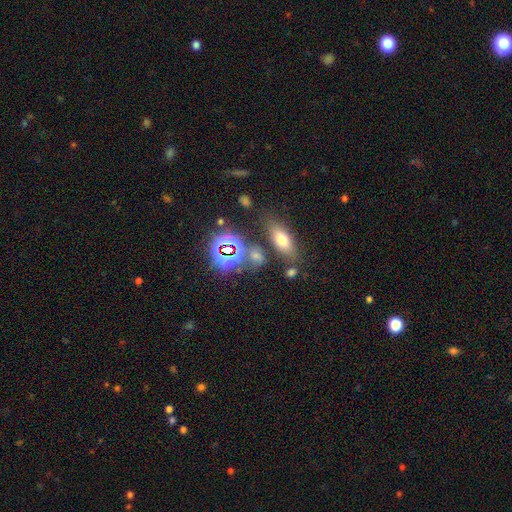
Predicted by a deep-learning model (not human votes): A smooth galaxy with no disk features (46%). Merging: none (68%).